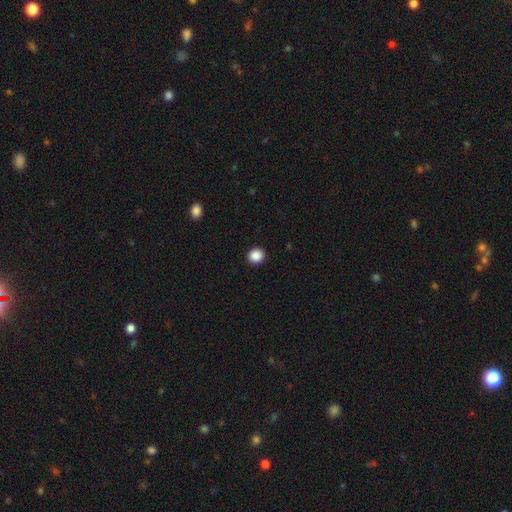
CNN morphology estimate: smooth_or_featured: smooth (p=0.88) [alt: star or artifact p=0.10]
how_rounded: round (p=0.90) [alt: in between p=0.10]
merging: none (p=0.93) [alt: minor disturbance p=0.05]